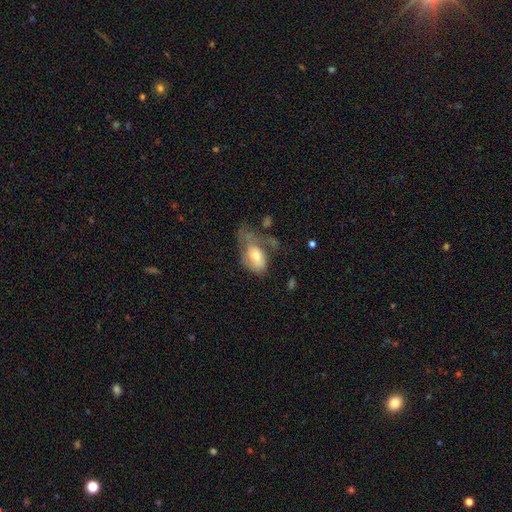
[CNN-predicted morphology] smooth 57%, featured or disk 37%, star or artifact 7%. Down the decision tree: how rounded — in between (89%); merging — major disturbance (47%).